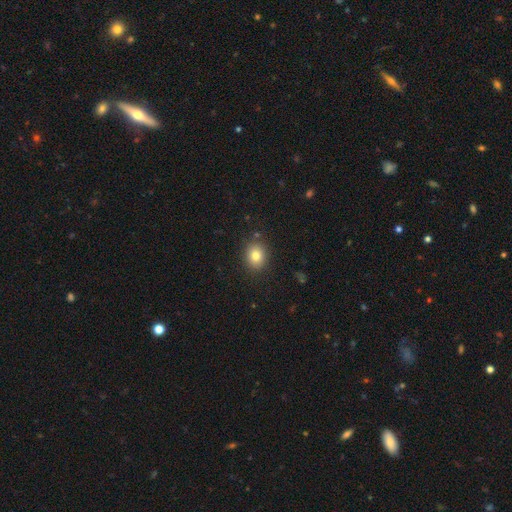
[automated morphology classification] The model was most divided on "how rounded": round: 56%, in between: 43%, cigar-shaped: 1%. More confident: merging — none (87%); smooth or featured — smooth (80%).